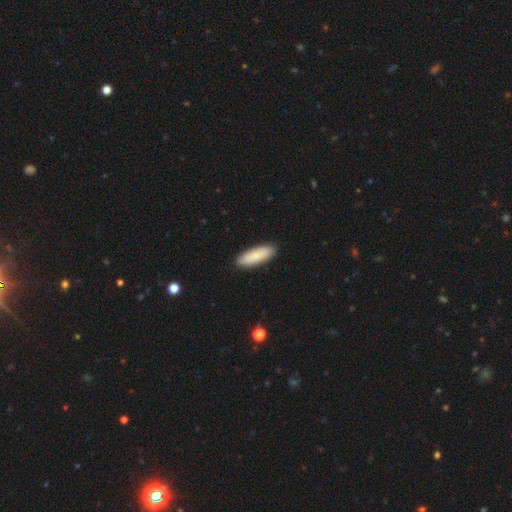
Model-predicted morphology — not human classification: Smooth or featured? Predicted: smooth (p=0.81). How rounded? Predicted: in between (p=0.64). Merging? Predicted: none (p=0.89).